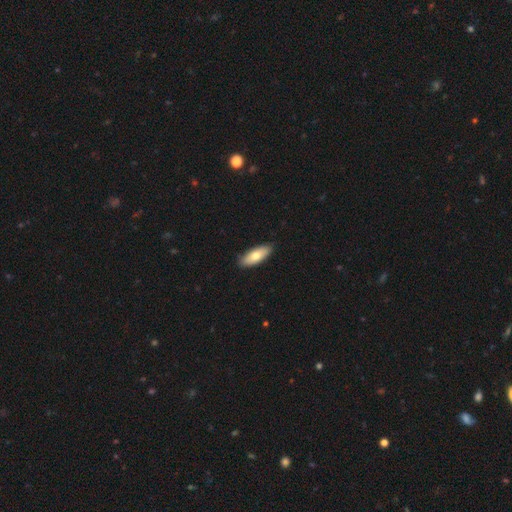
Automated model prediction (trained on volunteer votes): A smooth galaxy with no disk features (73%) that is in between round and cigar-shaped (74%).

Vote fractions:
- Smooth or featured? smooth: 73% / featured or disk: 22% / star or artifact: 5%
- How rounded? in between: 74% / cigar-shaped: 24% / round: 2%
- Merging? none: 88% / minor disturbance: 9% / major disturbance: 2% / merger: 1%